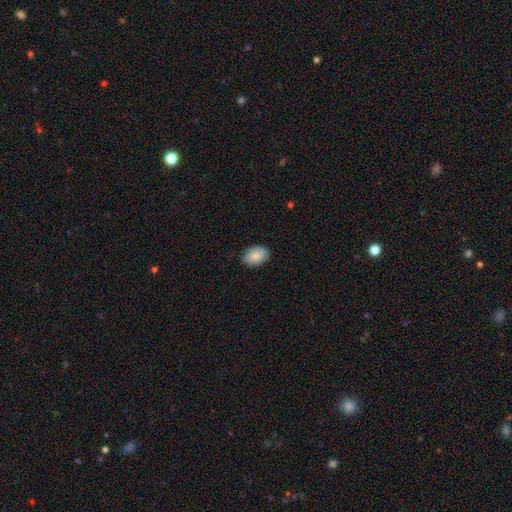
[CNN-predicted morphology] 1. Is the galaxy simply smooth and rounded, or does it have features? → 84% smooth, 10% featured or disk, 7% star or artifact.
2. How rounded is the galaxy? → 86% in between, 12% round, 1% cigar-shaped.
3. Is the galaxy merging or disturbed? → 86% none, 11% minor disturbance, 2% major disturbance, 1% merger.